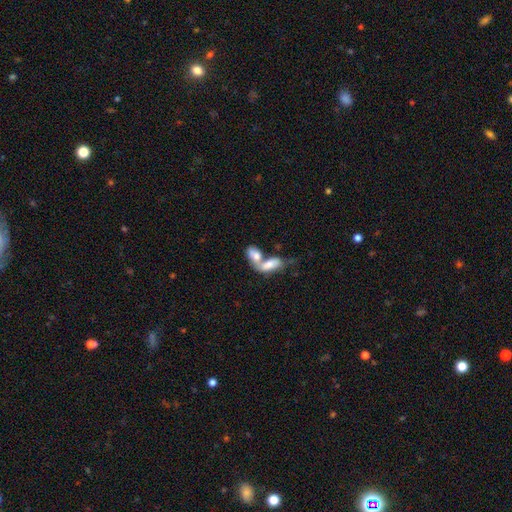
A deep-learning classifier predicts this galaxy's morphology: type=smooth (73%); roundness=in between (87%); merging=merger (77%).